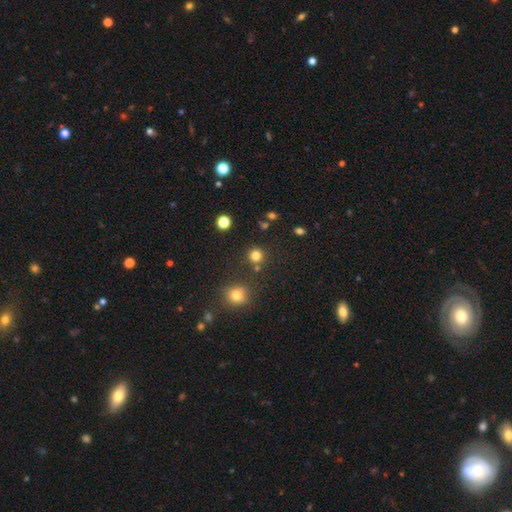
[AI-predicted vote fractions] Smooth or featured: smooth — 78% (star or artifact — 17%)
How rounded: round — 93% (in between — 6%)
Merging: none — 83% (merger — 7%)